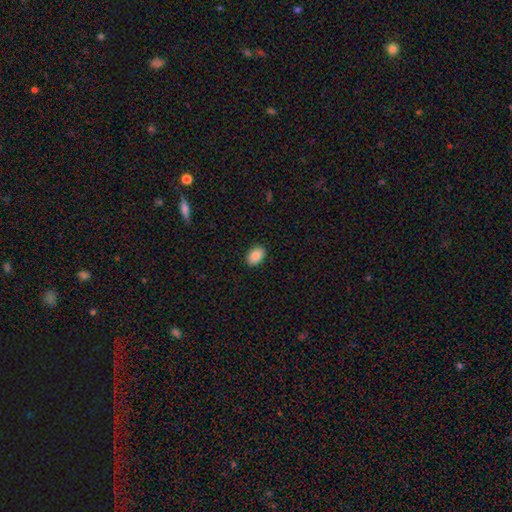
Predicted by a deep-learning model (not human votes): Q: Smooth or featured?
A: smooth (89%); runner-up: star or artifact (7%)
Q: How rounded?
A: in between (87%); runner-up: round (12%)
Q: Merging?
A: none (89%); runner-up: minor disturbance (8%)